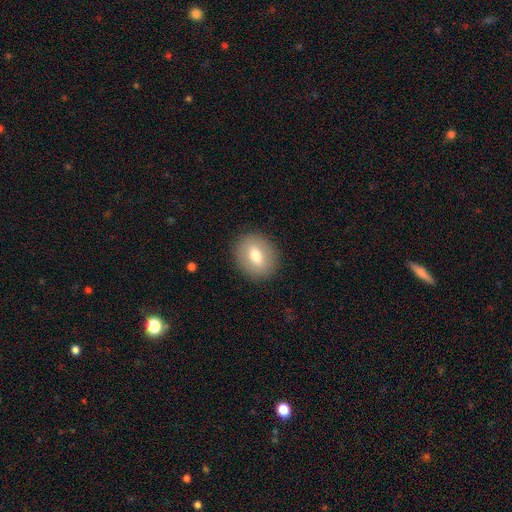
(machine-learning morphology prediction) A smooth galaxy with no disk features (71%) that is round (58%). Merging: none (89%).